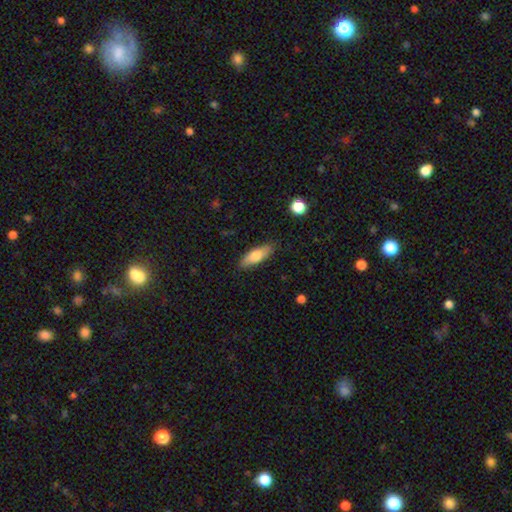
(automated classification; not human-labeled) smooth-or-featured: smooth: 73% | featured or disk: 21% | star or artifact: 6%
  how-rounded: in between: 65% | cigar-shaped: 33% | round: 2%
  merging: none: 84% | minor disturbance: 12% | major disturbance: 2% | merger: 1%